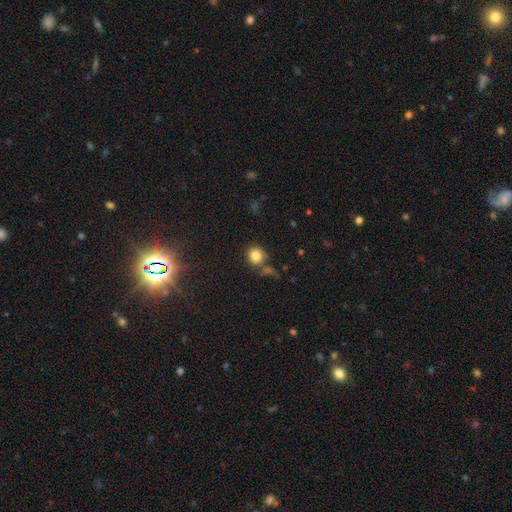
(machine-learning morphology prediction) A smooth galaxy with no disk features (82%) that is round (83%). Merging: none (71%).